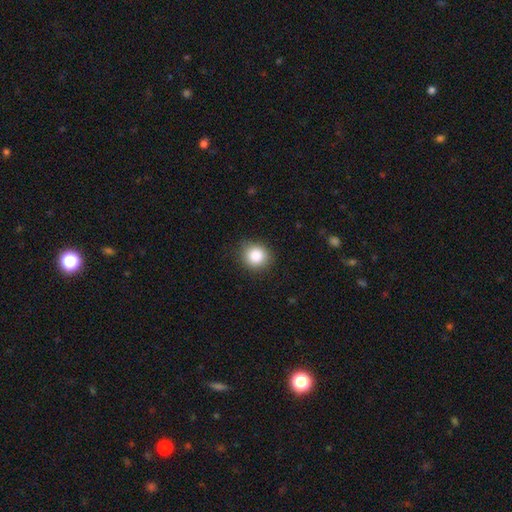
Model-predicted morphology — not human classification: smooth-or-featured: smooth: 86% | star or artifact: 10% | featured or disk: 4%
  how-rounded: round: 85% | in between: 14% | cigar-shaped: 1%
  merging: none: 85% | minor disturbance: 11% | major disturbance: 3% | merger: 1%